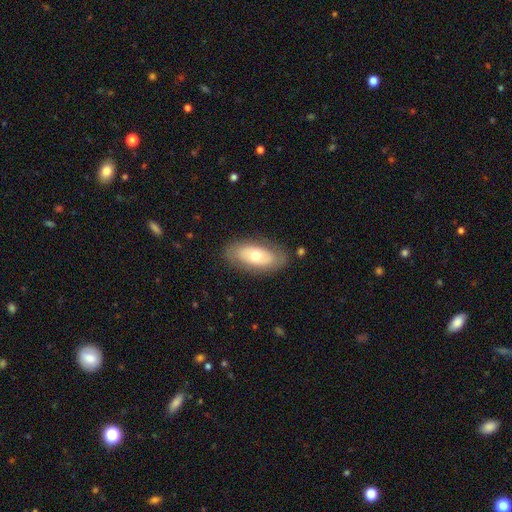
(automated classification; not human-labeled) Smooth or featured? smooth (58%)
How rounded? in between (90%)
Merging? none (81%)